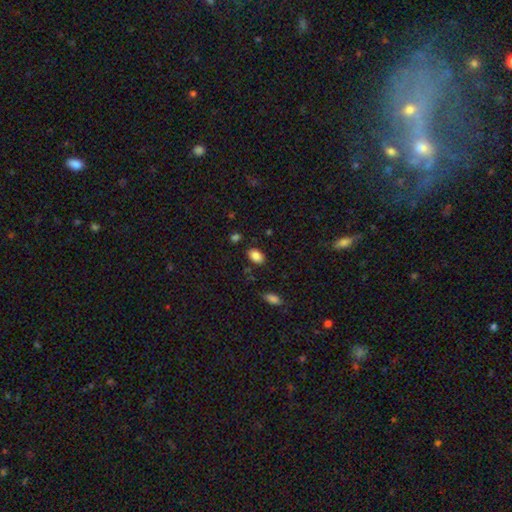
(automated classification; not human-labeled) Q: Smooth or featured?
A: smooth (87%); runner-up: star or artifact (9%)
Q: How rounded?
A: in between (88%); runner-up: round (11%)
Q: Merging?
A: none (82%); runner-up: minor disturbance (12%)